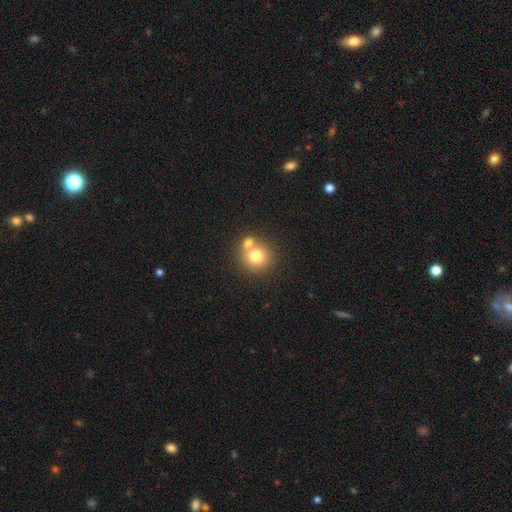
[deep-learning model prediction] Smooth or featured: smooth — 75% (featured or disk — 14%)
How rounded: round — 87% (in between — 12%)
Merging: none — 50% (merger — 40%)